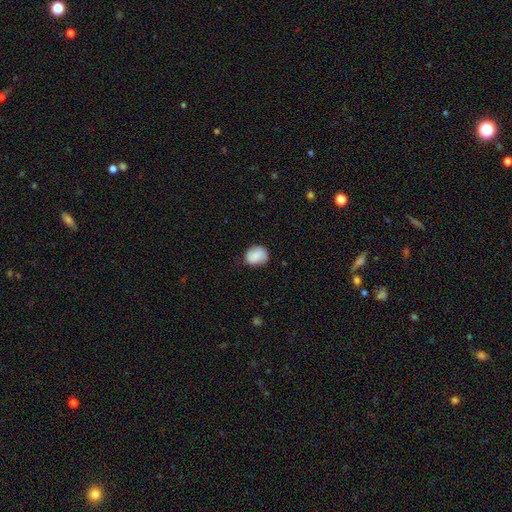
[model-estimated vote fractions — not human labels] A smooth galaxy with no disk features (81%) that is round (65%).

Vote fractions:
- Smooth or featured? smooth: 81% / featured or disk: 12% / star or artifact: 7%
- How rounded? round: 65% / in between: 34% / cigar-shaped: 1%
- Merging? none: 73% / minor disturbance: 21% / major disturbance: 5% / merger: 1%